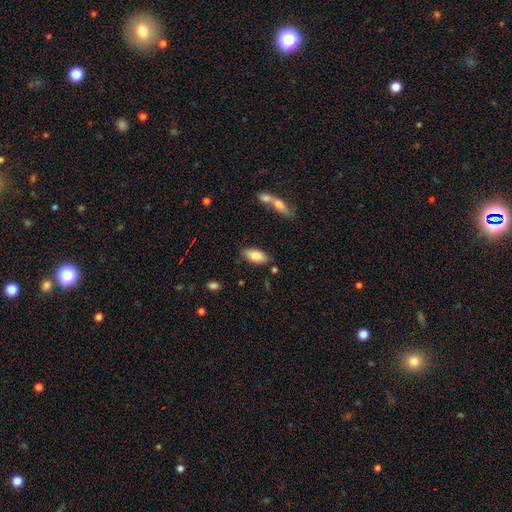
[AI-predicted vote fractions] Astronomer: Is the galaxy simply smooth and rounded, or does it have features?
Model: smooth — 78%.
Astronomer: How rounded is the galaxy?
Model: in between — 89%.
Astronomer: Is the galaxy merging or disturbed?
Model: none — 80%.